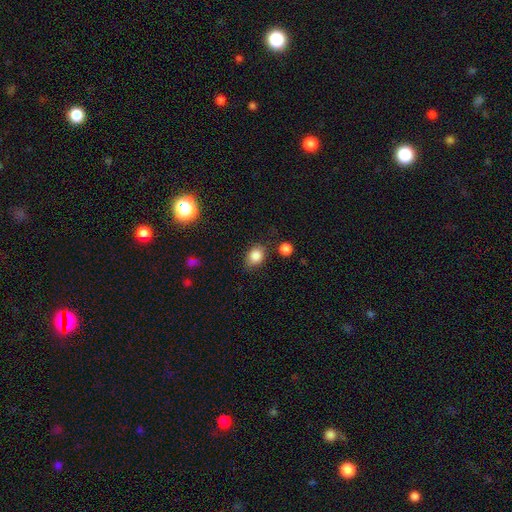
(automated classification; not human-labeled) Morphology: type=smooth (85%); roundness=in between (64%); merging=none (74%).